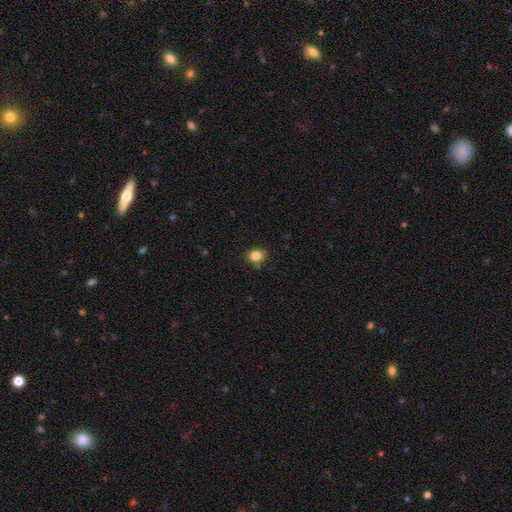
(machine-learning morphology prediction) A smooth galaxy with no disk features (84%) that is round (71%). Merging: none (78%).